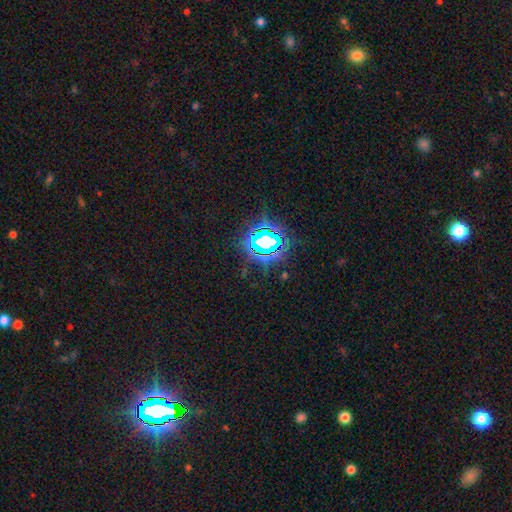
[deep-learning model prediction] Smooth or featured? star or artifact (79%)